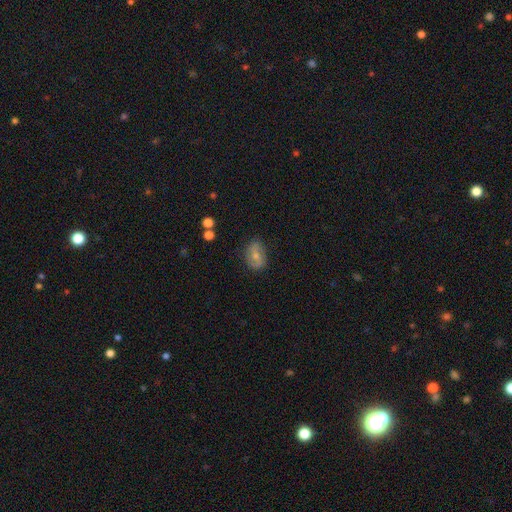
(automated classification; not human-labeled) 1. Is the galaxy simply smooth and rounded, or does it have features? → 61% smooth, 30% featured or disk, 9% star or artifact.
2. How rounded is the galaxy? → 74% in between, 24% round, 2% cigar-shaped.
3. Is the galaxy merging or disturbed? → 69% none, 23% minor disturbance, 6% major disturbance, 2% merger.